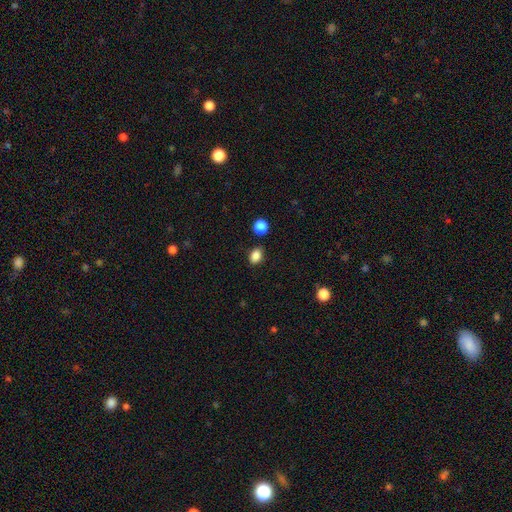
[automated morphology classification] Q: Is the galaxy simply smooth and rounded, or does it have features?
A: smooth — 86%.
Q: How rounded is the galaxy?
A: in between — 72%.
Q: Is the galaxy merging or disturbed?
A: none — 85%.